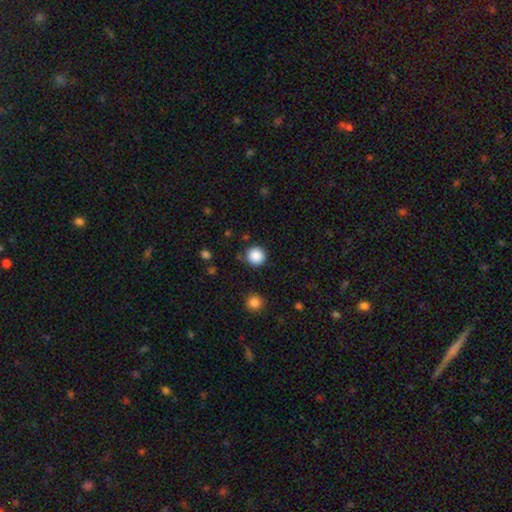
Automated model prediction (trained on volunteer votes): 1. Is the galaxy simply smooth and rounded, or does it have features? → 87% smooth, 10% star or artifact, 3% featured or disk.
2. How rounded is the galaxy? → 96% round, 3% in between, 1% cigar-shaped.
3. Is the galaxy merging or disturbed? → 88% none, 7% minor disturbance, 3% major disturbance, 2% merger.